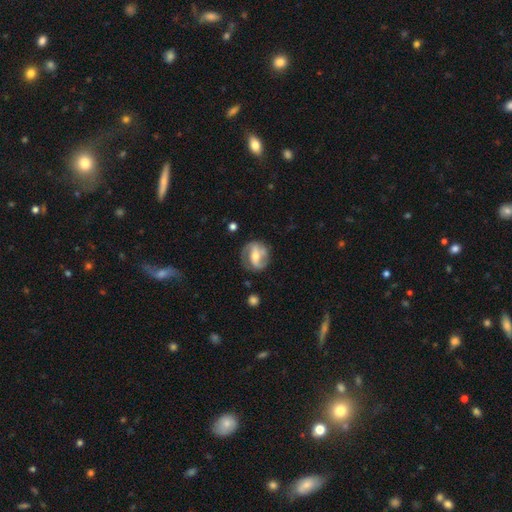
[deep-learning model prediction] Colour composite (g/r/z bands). It shows a featured or disk galaxy (74%) with a strong bar (51%), 2 (81%) medium (42%) spiral arms (83%) and a moderate central bulge (64%). Merging: none (75%).